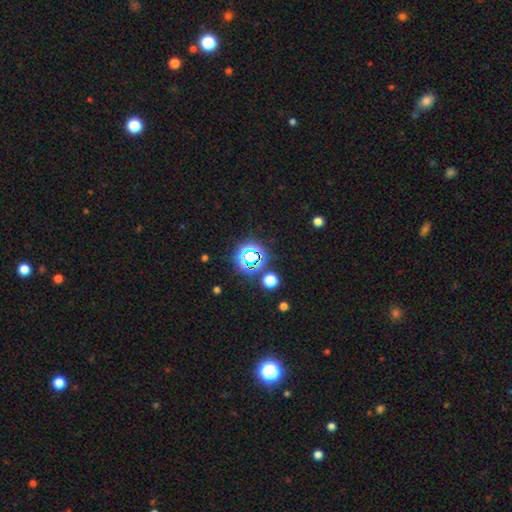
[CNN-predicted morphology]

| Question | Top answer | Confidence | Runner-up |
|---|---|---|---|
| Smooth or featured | star or artifact | 67% | smooth (26%) |